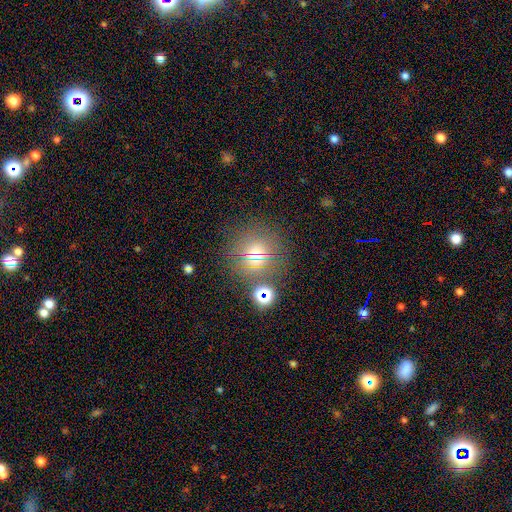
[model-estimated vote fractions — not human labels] Overall: smooth (50%; star or artifact 39%). Merging: none (79%).